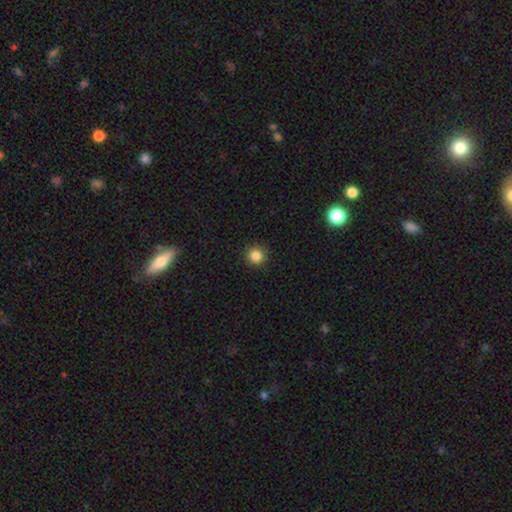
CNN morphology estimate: Q: Smooth or featured?
A: smooth (85%); runner-up: star or artifact (11%)
Q: How rounded?
A: round (94%); runner-up: in between (5%)
Q: Merging?
A: none (91%); runner-up: minor disturbance (6%)